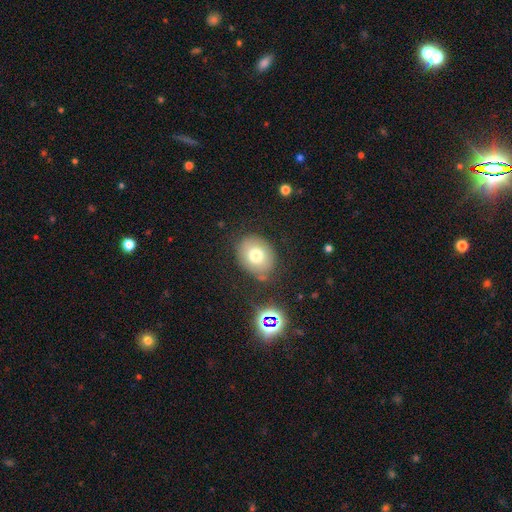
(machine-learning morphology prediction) This appears to be a smooth galaxy with no disk features (56%) that is round (54%). Merging: none (83%).